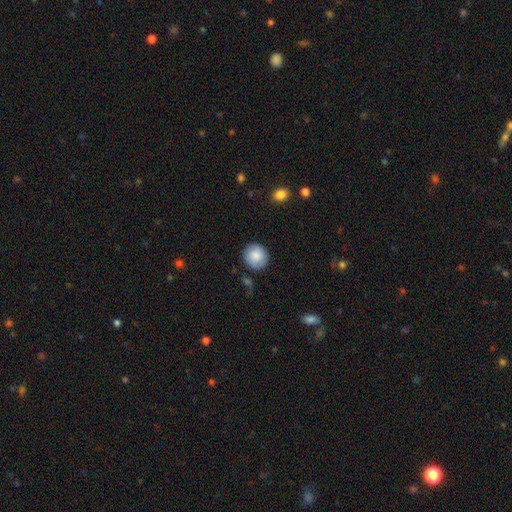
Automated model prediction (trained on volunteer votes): Morphology: type=smooth (85%); roundness=round (87%); merging=none (86%).